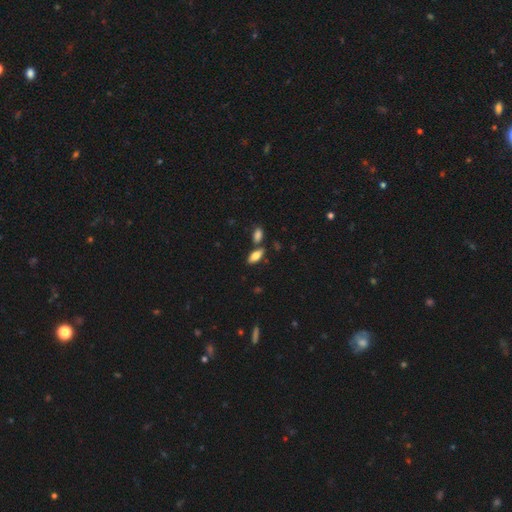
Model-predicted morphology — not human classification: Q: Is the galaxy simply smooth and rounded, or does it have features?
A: smooth — 75%.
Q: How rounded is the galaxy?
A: in between — 82%.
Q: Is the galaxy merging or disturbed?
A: none — 71%.